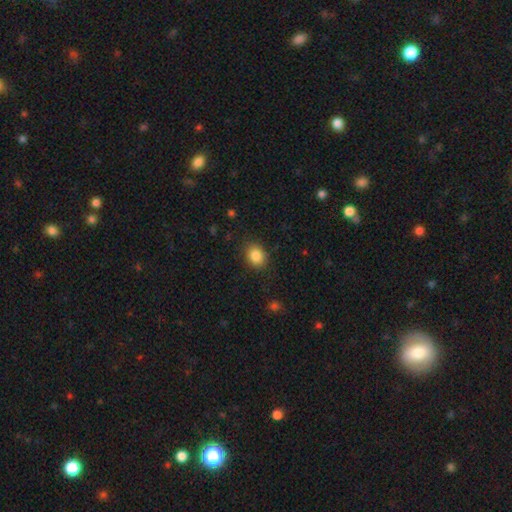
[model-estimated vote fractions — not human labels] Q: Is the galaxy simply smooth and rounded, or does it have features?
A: smooth — 86%.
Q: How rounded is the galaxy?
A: round — 53%.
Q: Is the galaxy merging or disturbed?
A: none — 85%.